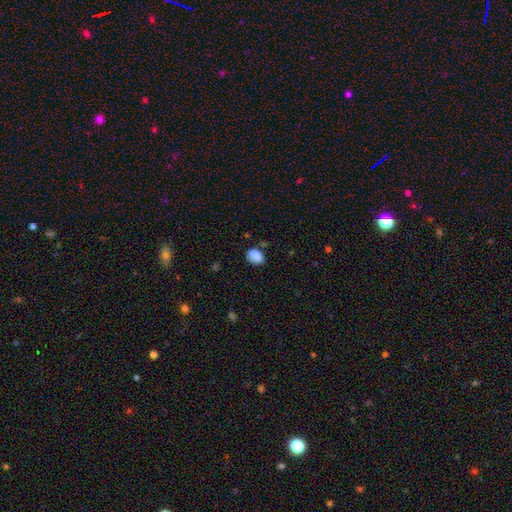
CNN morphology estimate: The model was most divided on "how rounded": in between: 67%, round: 32%, cigar-shaped: 1%. More confident: smooth or featured — smooth (87%); merging — none (70%).